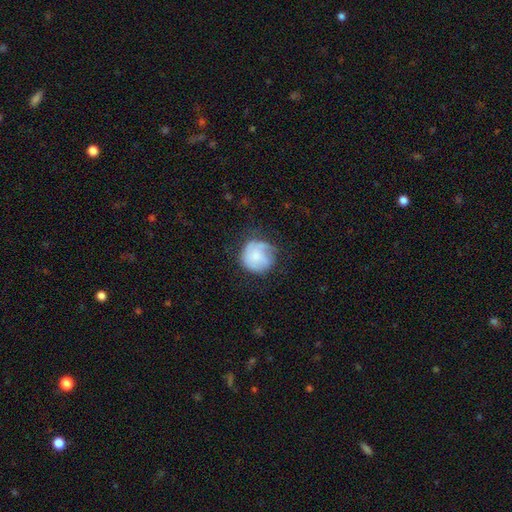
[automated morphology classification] Q: Smooth or featured?
A: smooth (58%); runner-up: featured or disk (34%)
Q: How rounded?
A: round (86%); runner-up: in between (13%)
Q: Merging?
A: none (52%); runner-up: minor disturbance (29%)